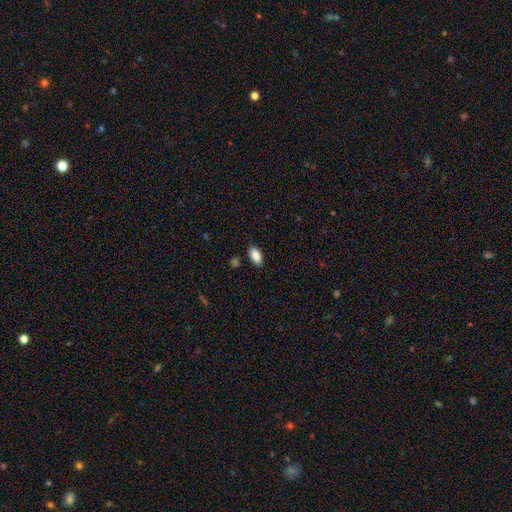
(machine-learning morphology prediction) Q: Smooth or featured?
A: smooth (88%); runner-up: star or artifact (7%)
Q: How rounded?
A: in between (92%); runner-up: cigar-shaped (4%)
Q: Merging?
A: none (84%); runner-up: minor disturbance (12%)